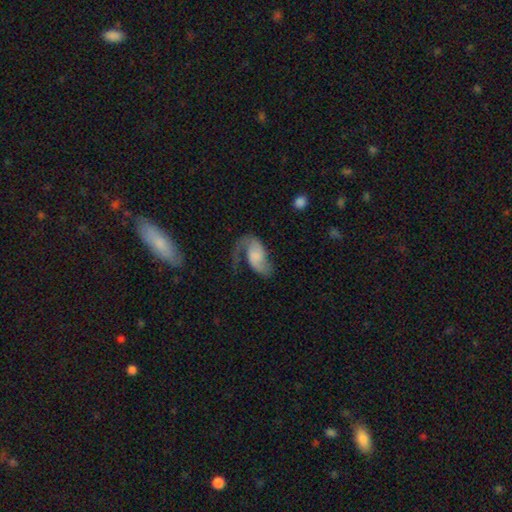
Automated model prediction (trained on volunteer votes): Smooth or featured: featured or disk — 75% (smooth — 19%)
Edge-on disk: no — 97% (yes — 3%)
Bar: no — 57% (weak — 34%)
Spiral arms: yes — 93% (no — 7%)
Spiral winding: loose — 61% (medium — 30%)
Spiral arm count: 2 — 75% (1 — 20%)
Bulge size: none — 47% (small — 19%)
Merging: none — 42% (major disturbance — 34%)